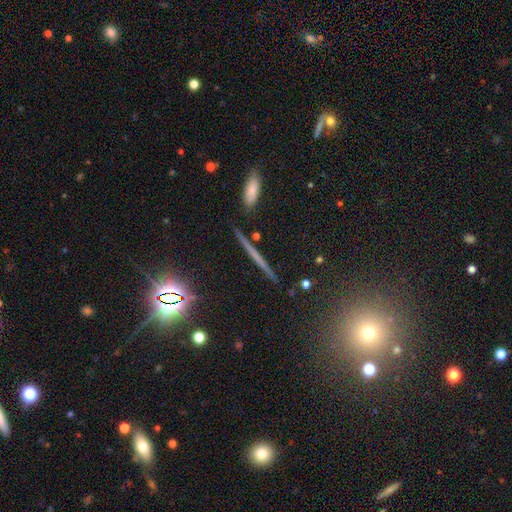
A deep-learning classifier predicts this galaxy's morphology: The model was most divided on "smooth or featured": featured or disk: 50%, smooth: 27%, star or artifact: 24%. More confident: merging — none (89%).